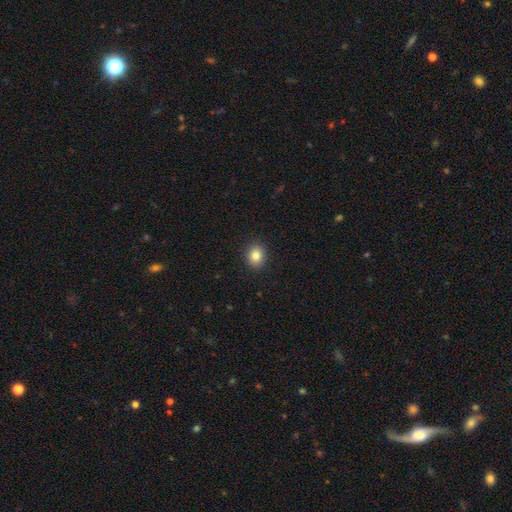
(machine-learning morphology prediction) A smooth galaxy with no disk features (83%) that is round (70%). Merging: none (91%).